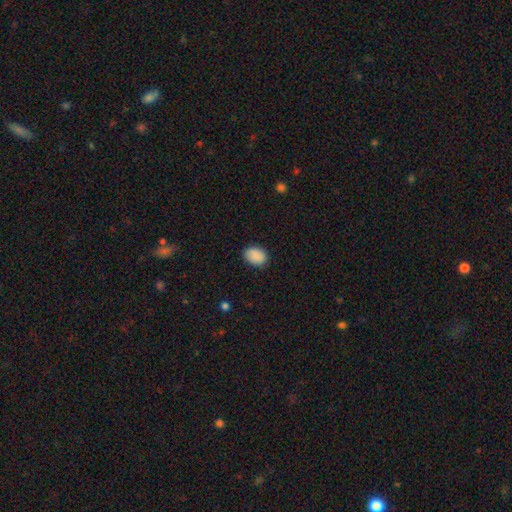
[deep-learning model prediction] smooth-or-featured: smooth: 89% | star or artifact: 7% | featured or disk: 3%
  how-rounded: in between: 71% | round: 28% | cigar-shaped: 1%
  merging: none: 86% | minor disturbance: 10% | major disturbance: 2% | merger: 1%